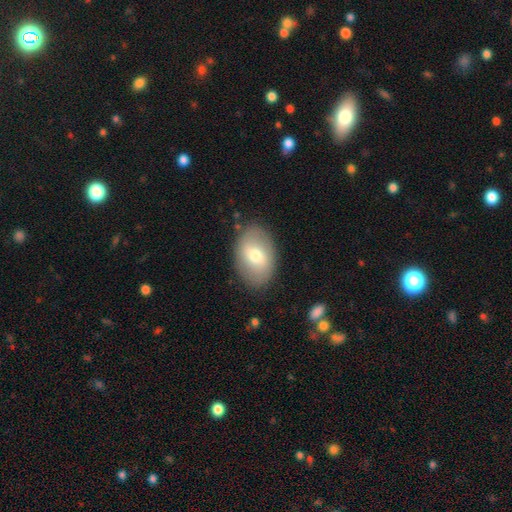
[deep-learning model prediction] Morphology: type=smooth (66%); roundness=in between (83%); merging=none (85%).